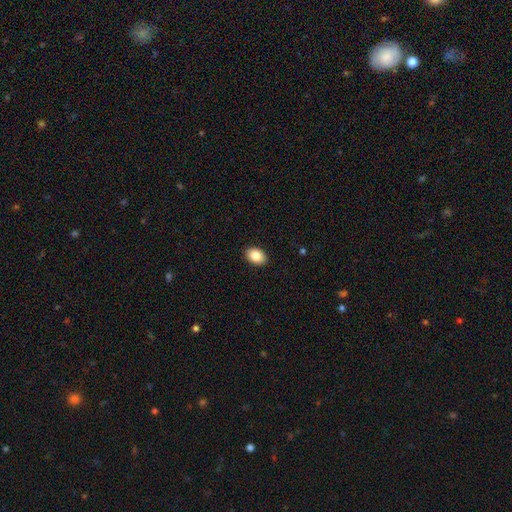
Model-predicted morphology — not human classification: Smooth or featured? Predicted: smooth (p=0.86). How rounded? Predicted: in between (p=0.83). Merging? Predicted: none (p=0.91).